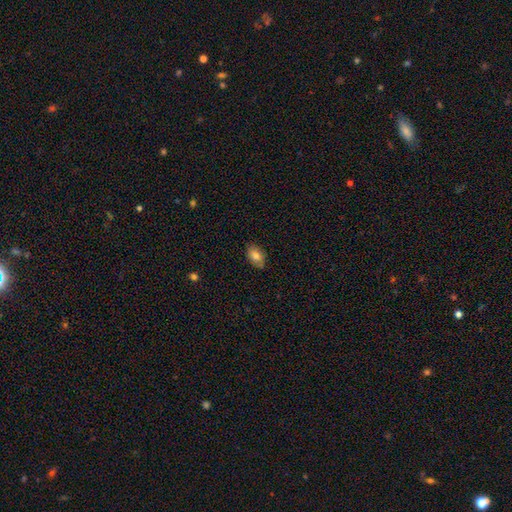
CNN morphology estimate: This is likely a smooth galaxy (78%). How rounded: clearly in between (89%). Merging: clearly none (82%).